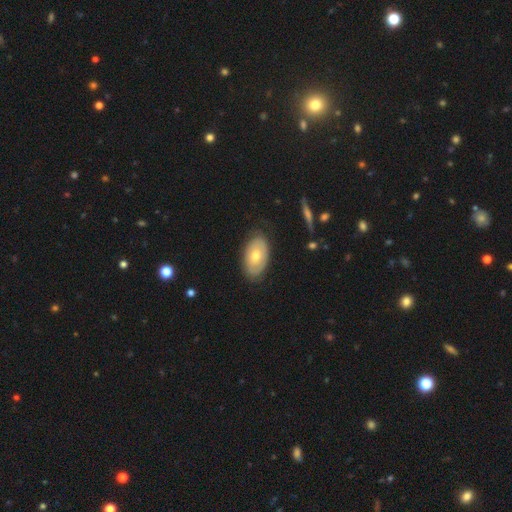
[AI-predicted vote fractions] smooth_or_featured: smooth (p=0.55) [alt: featured or disk p=0.38]
how_rounded: in between (p=0.93) [alt: round p=0.06]
merging: none (p=0.81) [alt: minor disturbance p=0.15]